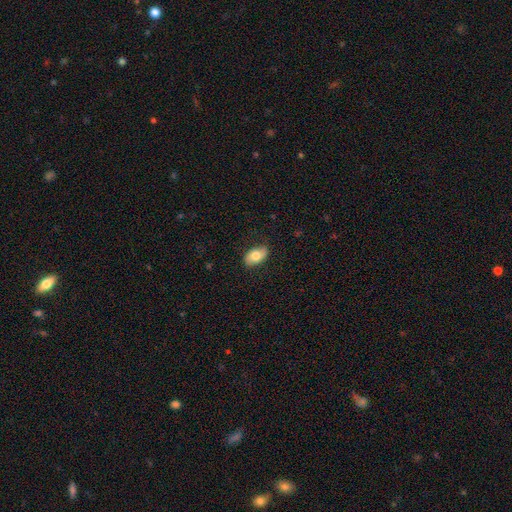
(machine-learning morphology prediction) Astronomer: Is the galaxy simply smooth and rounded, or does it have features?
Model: smooth — 73%.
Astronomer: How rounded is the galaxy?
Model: in between — 92%.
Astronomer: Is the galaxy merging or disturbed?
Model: none — 81%.